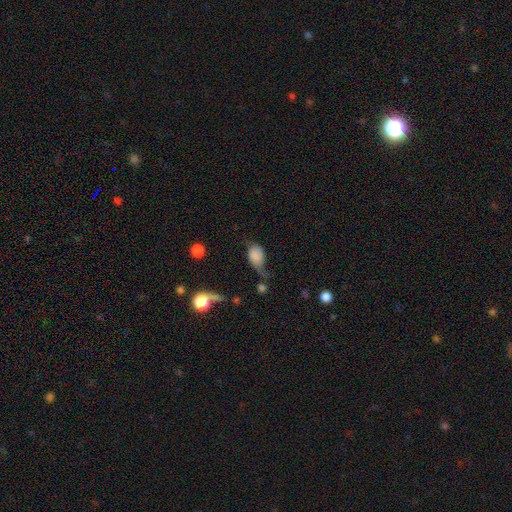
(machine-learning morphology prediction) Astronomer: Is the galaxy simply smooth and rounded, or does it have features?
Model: smooth — 63%.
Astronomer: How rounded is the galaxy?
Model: in between — 81%.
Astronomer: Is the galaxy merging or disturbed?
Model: major disturbance — 37% (runner-up: minor disturbance, 30%).